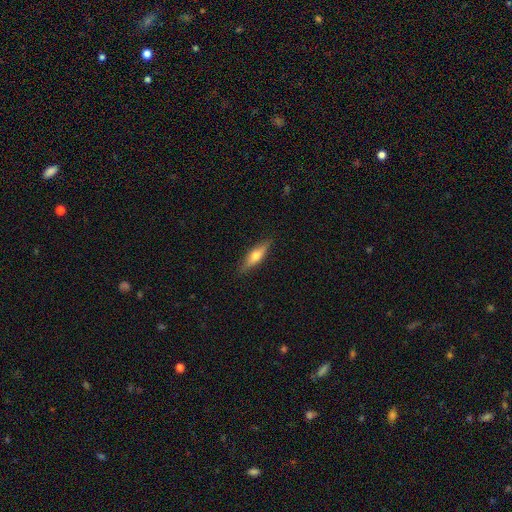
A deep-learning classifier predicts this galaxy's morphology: Smooth or featured? Predicted: smooth (p=0.47). Merging? Predicted: none (p=0.87).